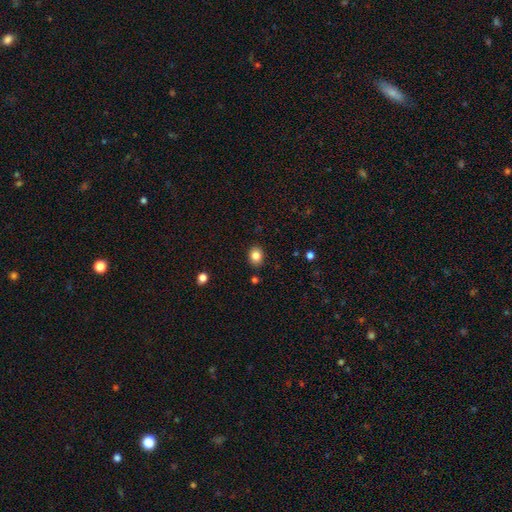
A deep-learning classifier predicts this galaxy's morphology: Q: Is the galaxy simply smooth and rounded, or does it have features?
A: smooth — 84%.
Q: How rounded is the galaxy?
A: round — 51%.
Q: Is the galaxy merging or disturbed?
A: none — 87%.